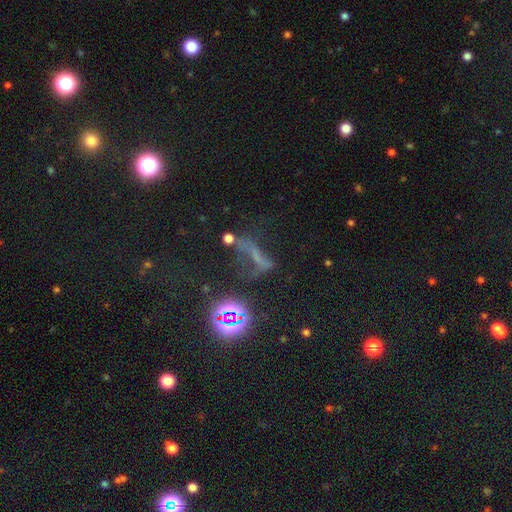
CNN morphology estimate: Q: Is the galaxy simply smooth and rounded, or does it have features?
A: star or artifact — 49%.